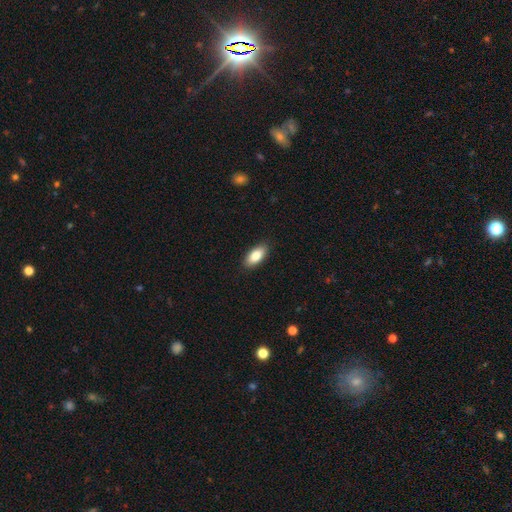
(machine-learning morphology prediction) Smooth or featured? smooth (85%)
How rounded? in between (89%)
Merging? none (88%)